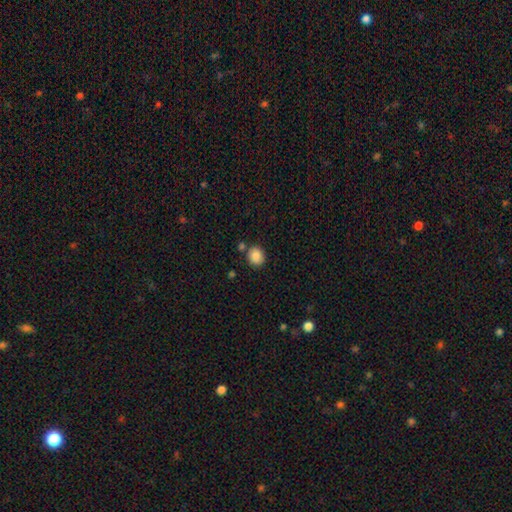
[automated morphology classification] Smooth or featured? Predicted: smooth (p=0.86). How rounded? Predicted: round (p=0.79). Merging? Predicted: none (p=0.79).